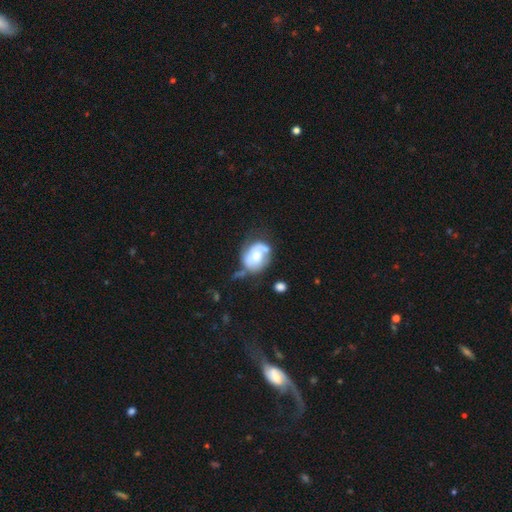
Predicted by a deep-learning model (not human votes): The model was most divided on "smooth or featured": featured or disk: 49%, smooth: 44%, star or artifact: 7%. Remaining: merging — none (41%).